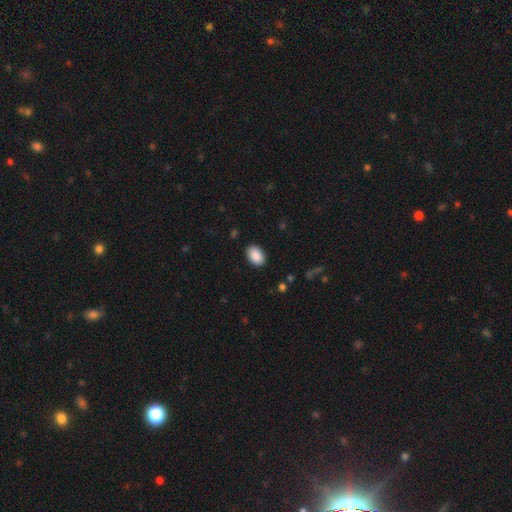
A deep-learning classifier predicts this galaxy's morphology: Smooth or featured: smooth — 90% (star or artifact — 7%)
How rounded: in between — 86% (round — 13%)
Merging: none — 89% (minor disturbance — 8%)